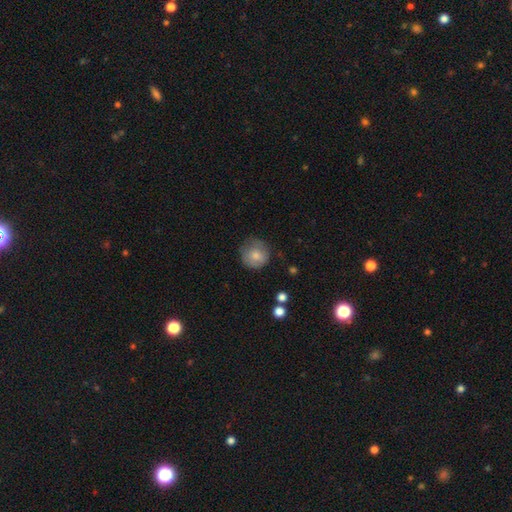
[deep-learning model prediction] Smooth or featured? smooth (79%)
How rounded? round (91%)
Merging? none (69%)